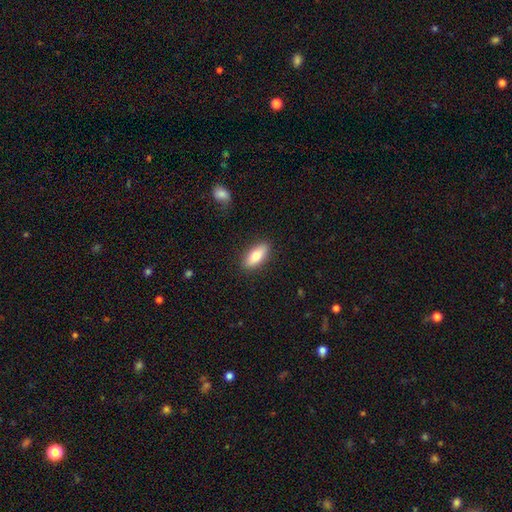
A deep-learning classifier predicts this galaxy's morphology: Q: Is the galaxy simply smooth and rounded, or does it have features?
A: smooth — 74%.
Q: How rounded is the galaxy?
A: in between — 76%.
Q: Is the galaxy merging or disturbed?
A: none — 88%.